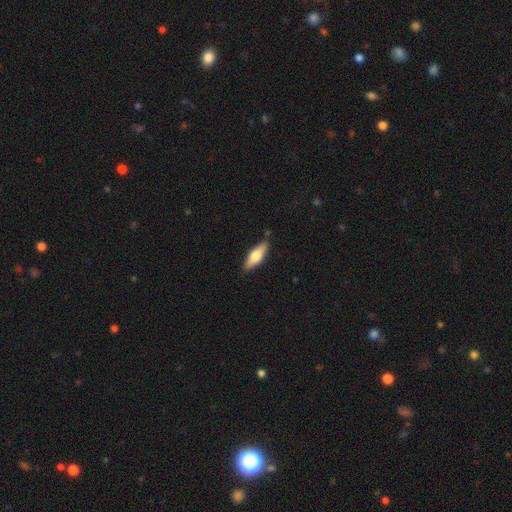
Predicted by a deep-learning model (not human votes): smooth-or-featured: smooth: 58% | featured or disk: 37% | star or artifact: 6%
  how-rounded: in between: 50% | cigar-shaped: 48% | round: 2%
  merging: none: 84% | minor disturbance: 12% | major disturbance: 2% | merger: 2%